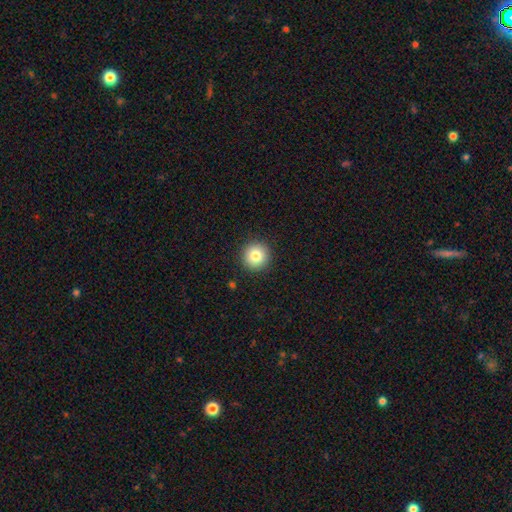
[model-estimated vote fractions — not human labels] Overall: smooth (82%). How rounded: round (95%). Merging: none (92%).